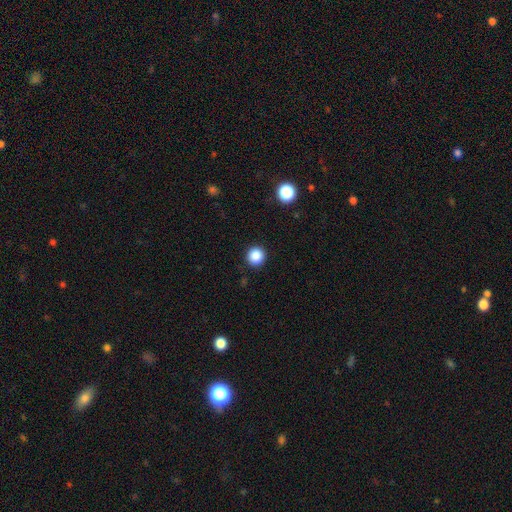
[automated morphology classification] A smooth galaxy with no disk features (86%) that is round (94%). Merging: none (92%).